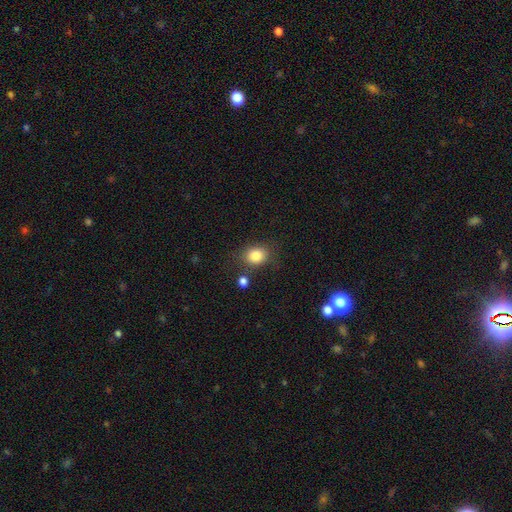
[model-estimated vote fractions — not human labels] This appears to be a smooth galaxy with no disk features (83%) that is round (55%). Merging: none (75%).